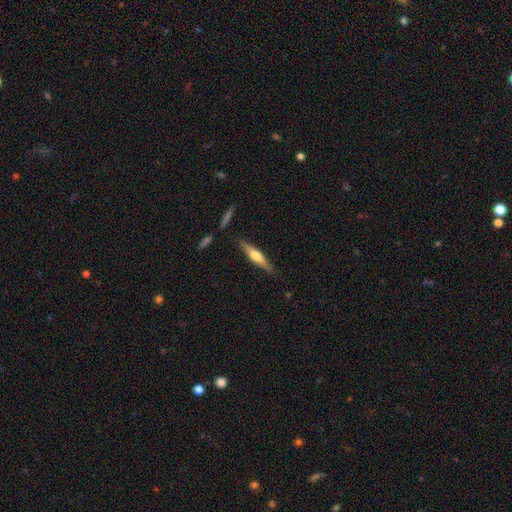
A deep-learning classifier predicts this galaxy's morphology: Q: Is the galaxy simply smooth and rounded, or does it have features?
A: featured or disk — 55%.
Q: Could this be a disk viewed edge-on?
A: yes — 95%.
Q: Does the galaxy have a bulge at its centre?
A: rounded — 83%.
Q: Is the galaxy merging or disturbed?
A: none — 83%.